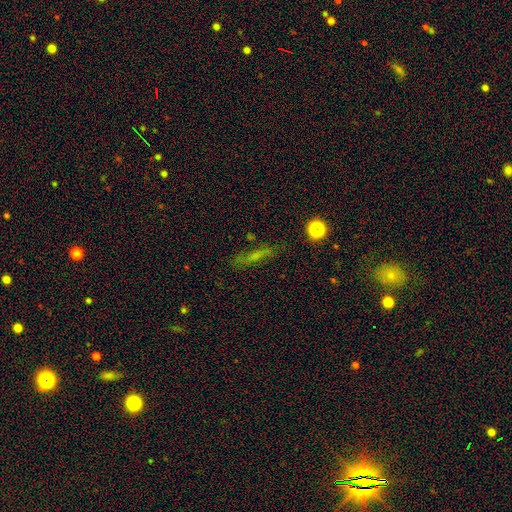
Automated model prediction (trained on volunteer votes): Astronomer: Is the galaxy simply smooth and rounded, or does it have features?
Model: smooth — 49% (runner-up: featured or disk, 30%).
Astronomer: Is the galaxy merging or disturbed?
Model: none — 80%.